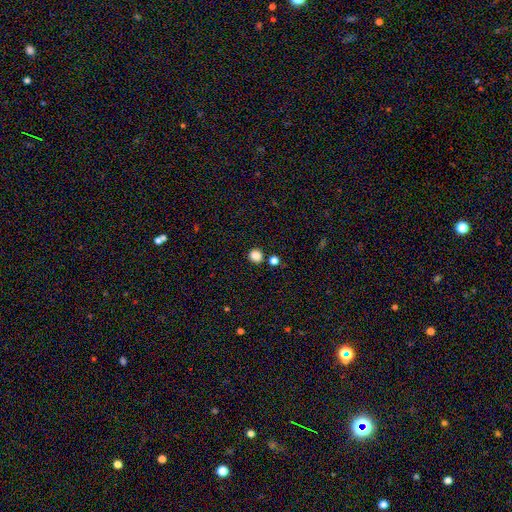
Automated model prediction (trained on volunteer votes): A smooth galaxy with no disk features (85%) that is round (84%).

Vote fractions:
- Smooth or featured? smooth: 85% / star or artifact: 12% / featured or disk: 4%
- How rounded? round: 84% / in between: 15% / cigar-shaped: 1%
- Merging? none: 82% / minor disturbance: 8% / merger: 7% / major disturbance: 3%